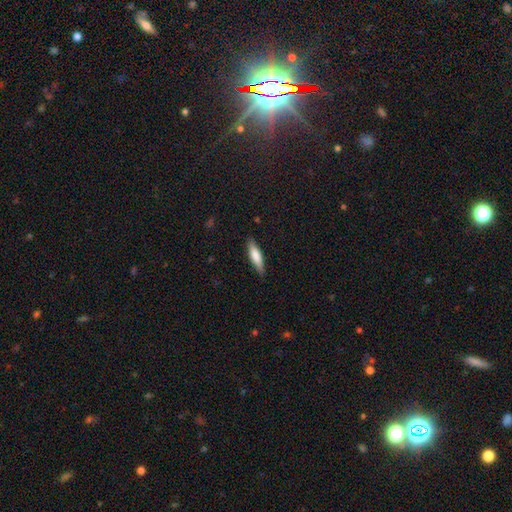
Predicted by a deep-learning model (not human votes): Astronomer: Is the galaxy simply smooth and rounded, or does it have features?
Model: smooth — 73%.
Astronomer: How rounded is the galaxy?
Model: cigar-shaped — 71%.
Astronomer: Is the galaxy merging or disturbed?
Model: none — 86%.